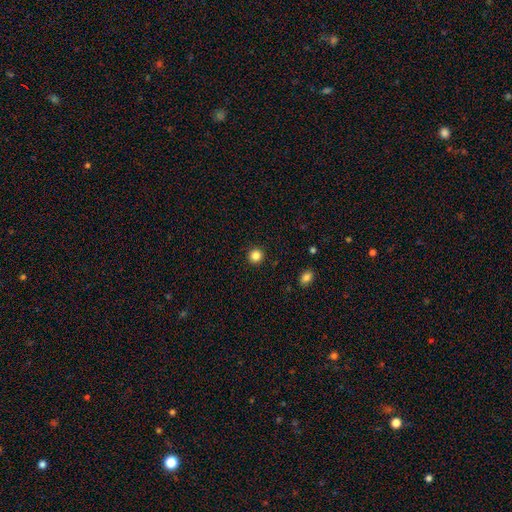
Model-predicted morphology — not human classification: The model was most divided on "smooth or featured": smooth: 85%, star or artifact: 11%, featured or disk: 3%. More confident: how rounded — round (94%); merging — none (92%).